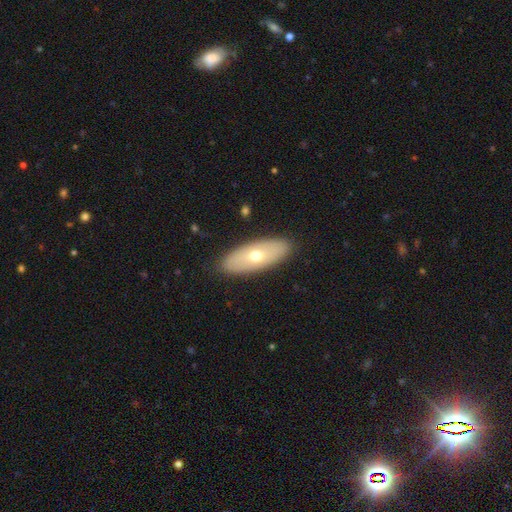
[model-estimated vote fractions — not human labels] Q: Smooth or featured?
A: smooth (58%); runner-up: featured or disk (36%)
Q: How rounded?
A: in between (75%); runner-up: cigar-shaped (22%)
Q: Merging?
A: none (89%); runner-up: minor disturbance (8%)